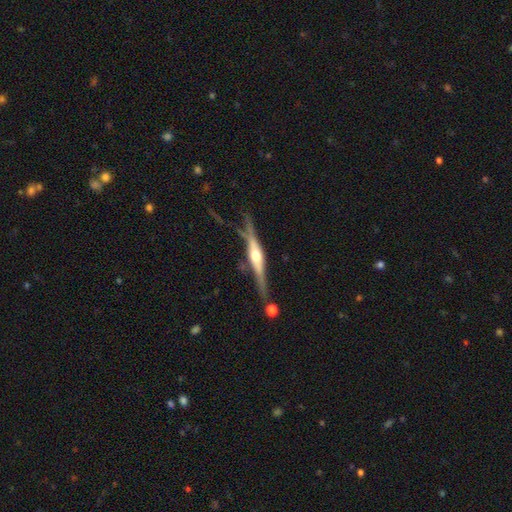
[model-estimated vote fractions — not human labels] A featured or disk galaxy (79%) viewed edge-on (96%) with a rounded central bulge (89%). Merging: none (68%).